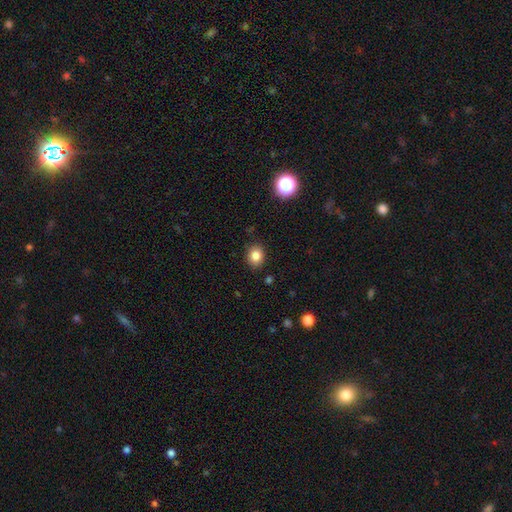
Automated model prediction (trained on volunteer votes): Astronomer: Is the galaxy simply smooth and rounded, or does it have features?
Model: smooth — 83%.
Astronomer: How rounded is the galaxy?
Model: round — 62% (runner-up: in between, 38%).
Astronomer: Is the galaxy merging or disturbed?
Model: none — 88%.